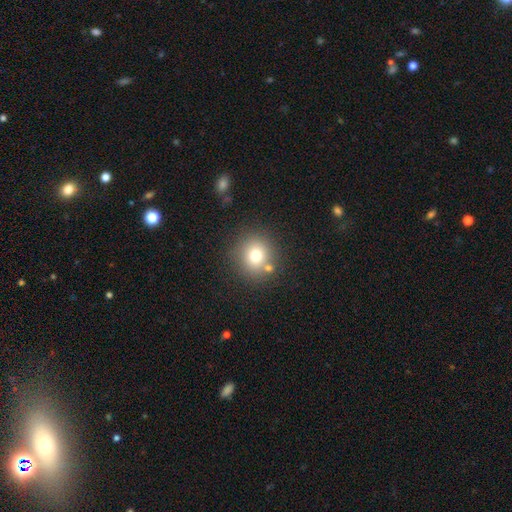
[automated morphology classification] Smooth or featured? Predicted: smooth (p=0.74). How rounded? Predicted: round (p=0.89). Merging? Predicted: none (p=0.76).